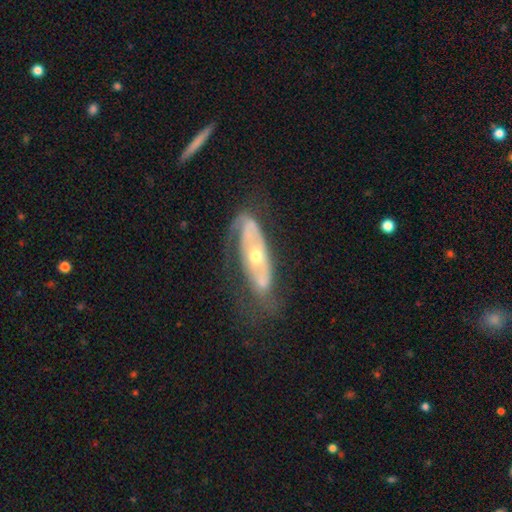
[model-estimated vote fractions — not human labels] The model was most divided on "bulge size": moderate: 51%, small: 44%, large: 3%, none: 1%, dominant: 1%. Remaining: edge-on disk — no (80%); bar — no (74%); smooth or featured — featured or disk (73%); spiral arms — yes (61%); merging — none (46%).